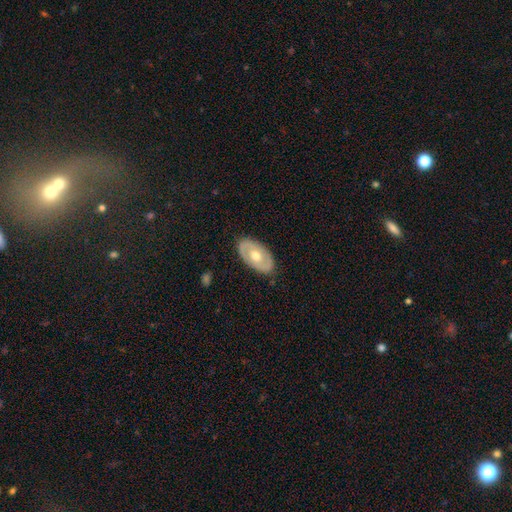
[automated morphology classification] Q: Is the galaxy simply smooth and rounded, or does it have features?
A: featured or disk — 58%.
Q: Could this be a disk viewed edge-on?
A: no — 89%.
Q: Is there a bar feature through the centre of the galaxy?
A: no — 79%.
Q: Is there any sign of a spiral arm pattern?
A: no — 68%.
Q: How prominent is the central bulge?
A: moderate — 75%.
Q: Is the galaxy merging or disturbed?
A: none — 85%.